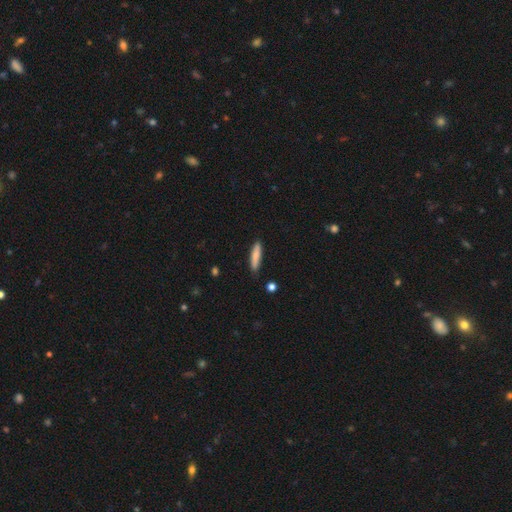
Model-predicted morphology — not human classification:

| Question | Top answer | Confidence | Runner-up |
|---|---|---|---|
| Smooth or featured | smooth | 82% | featured or disk (12%) |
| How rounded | cigar-shaped | 83% | in between (15%) |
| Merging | none | 87% | minor disturbance (10%) |